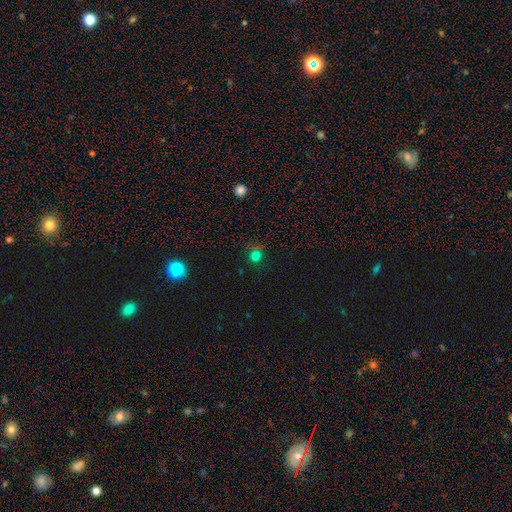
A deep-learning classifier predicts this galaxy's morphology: type=smooth (69%); roundness=round (89%); merging=none (77%).